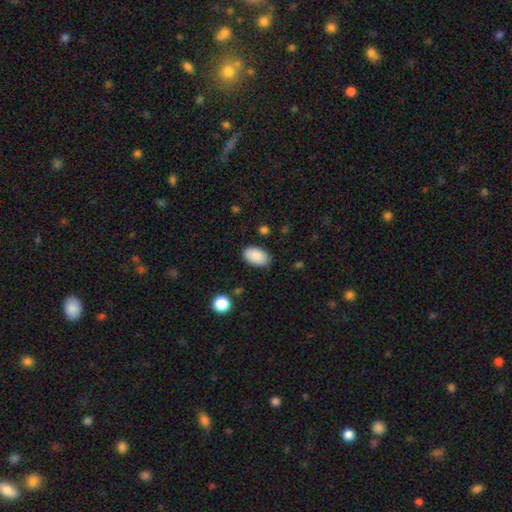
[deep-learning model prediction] Smooth or featured? Predicted: smooth (p=0.88). How rounded? Predicted: in between (p=0.94). Merging? Predicted: none (p=0.84).